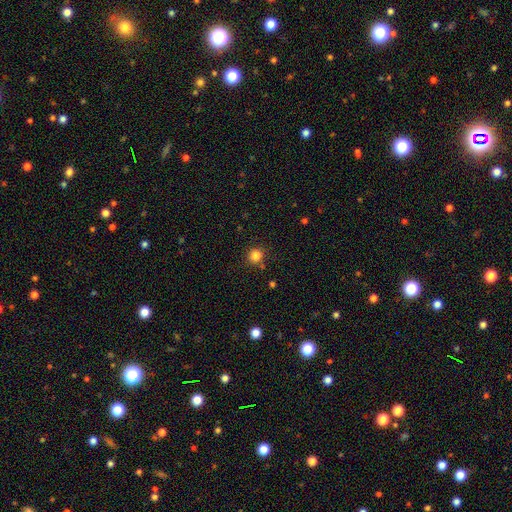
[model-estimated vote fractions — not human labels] smooth 83%, star or artifact 13%, featured or disk 4%. Down the decision tree: how rounded — round (87%); merging — none (82%).